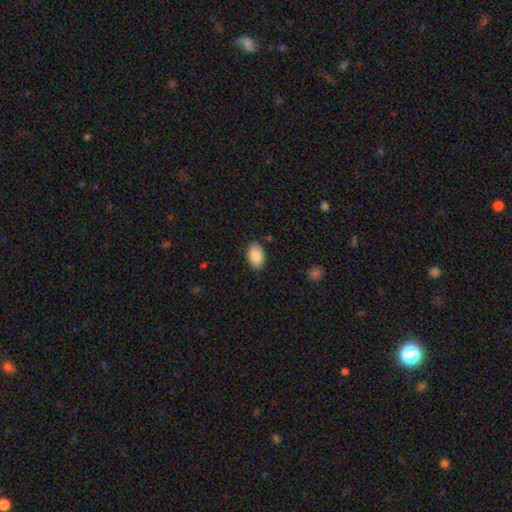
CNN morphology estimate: Smooth or featured?
  - smooth: 87% *
  - featured or disk: 7%
  - star or artifact: 7%
How rounded?
  - in between: 89% *
  - round: 10%
  - cigar-shaped: 1%
Merging?
  - none: 87% *
  - minor disturbance: 10%
  - major disturbance: 2%
  - merger: 1%